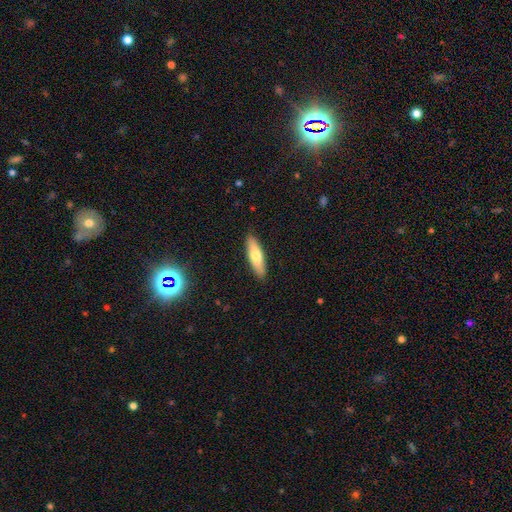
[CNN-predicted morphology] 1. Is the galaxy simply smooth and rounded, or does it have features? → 68% smooth, 27% featured or disk, 6% star or artifact.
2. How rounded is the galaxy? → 58% cigar-shaped, 40% in between, 2% round.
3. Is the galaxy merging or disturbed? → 89% none, 8% minor disturbance, 2% major disturbance, 1% merger.